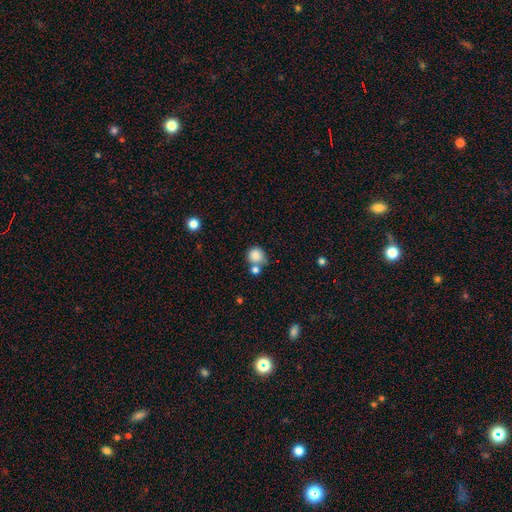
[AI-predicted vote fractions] Q: Smooth or featured?
A: smooth (82%); runner-up: star or artifact (10%)
Q: How rounded?
A: round (88%); runner-up: in between (11%)
Q: Merging?
A: none (54%); runner-up: merger (28%)